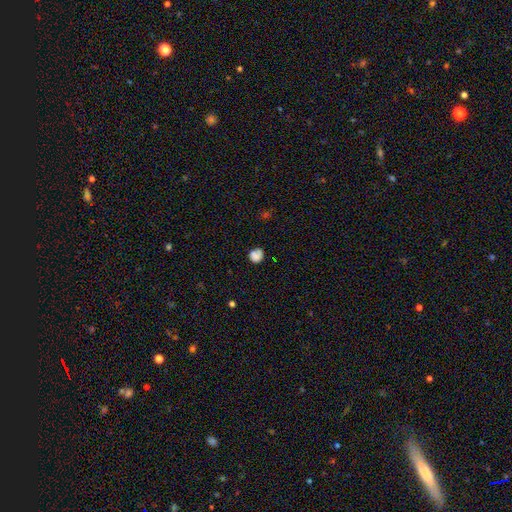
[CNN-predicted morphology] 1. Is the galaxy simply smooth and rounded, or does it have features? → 77% smooth, 14% star or artifact, 10% featured or disk.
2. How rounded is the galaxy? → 80% round, 19% in between, 1% cigar-shaped.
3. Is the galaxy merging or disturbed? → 65% none, 22% minor disturbance, 7% major disturbance, 5% merger.